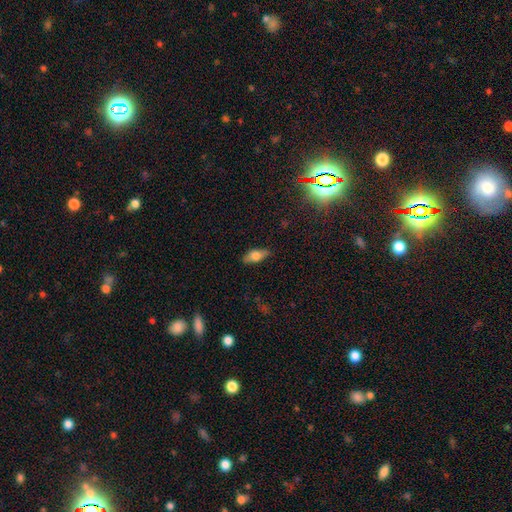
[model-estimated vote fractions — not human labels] smooth-or-featured: smooth: 63% | featured or disk: 29% | star or artifact: 8%
  how-rounded: in between: 75% | cigar-shaped: 21% | round: 4%
  merging: none: 81% | minor disturbance: 15% | major disturbance: 3% | merger: 1%